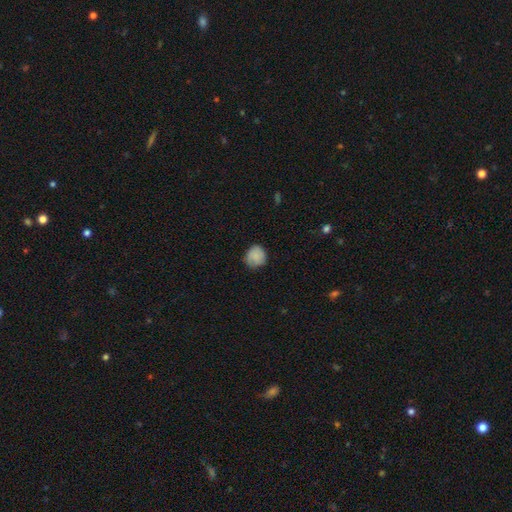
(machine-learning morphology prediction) Smooth or featured? Predicted: smooth (p=0.84). How rounded? Predicted: round (p=0.84). Merging? Predicted: none (p=0.75).